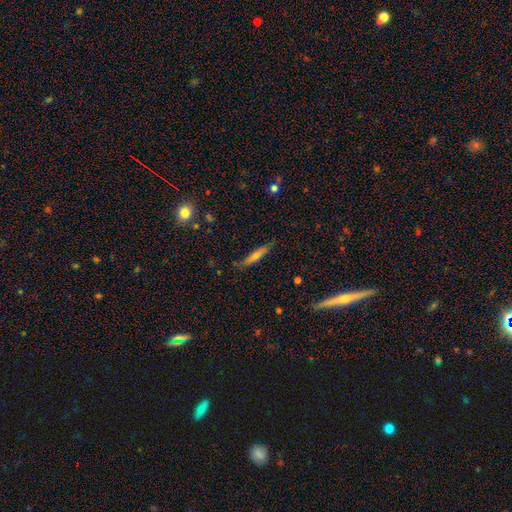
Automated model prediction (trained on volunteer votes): This is possibly a smooth galaxy (51%). How rounded: clearly cigar-shaped (90%). Merging: clearly none (81%).